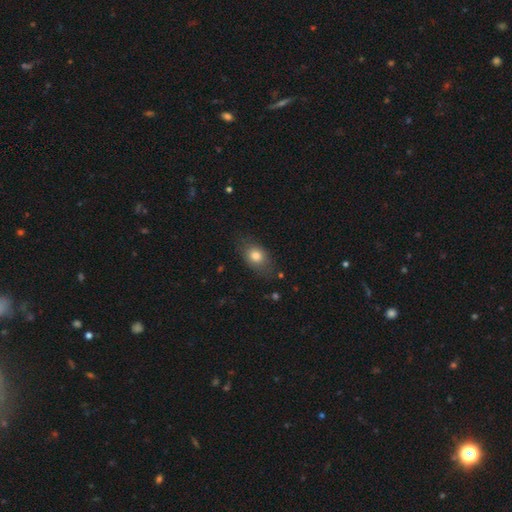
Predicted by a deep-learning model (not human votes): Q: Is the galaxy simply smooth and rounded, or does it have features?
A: smooth — 78%.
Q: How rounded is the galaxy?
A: in between — 77%.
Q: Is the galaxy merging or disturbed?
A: none — 73%.